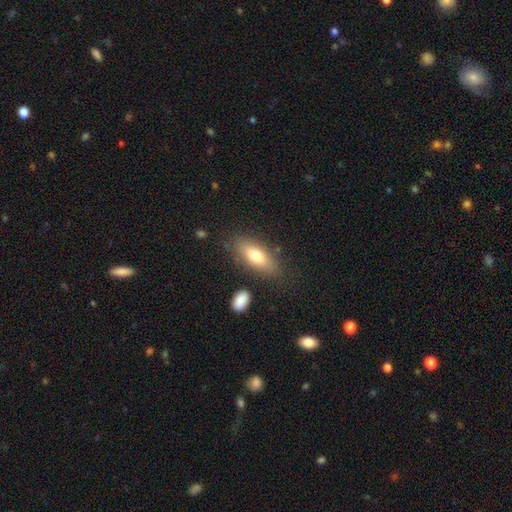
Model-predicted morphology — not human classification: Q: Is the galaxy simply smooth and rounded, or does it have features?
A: smooth — 74%.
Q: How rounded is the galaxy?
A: in between — 75%.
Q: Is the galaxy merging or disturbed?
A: none — 79%.